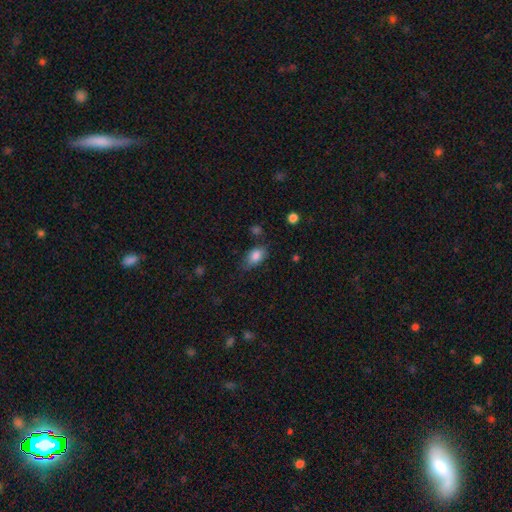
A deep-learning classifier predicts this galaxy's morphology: The model was most divided on "merging": none: 66%, minor disturbance: 26%, major disturbance: 6%, merger: 3%. More confident: how rounded — in between (86%); smooth or featured — smooth (83%).